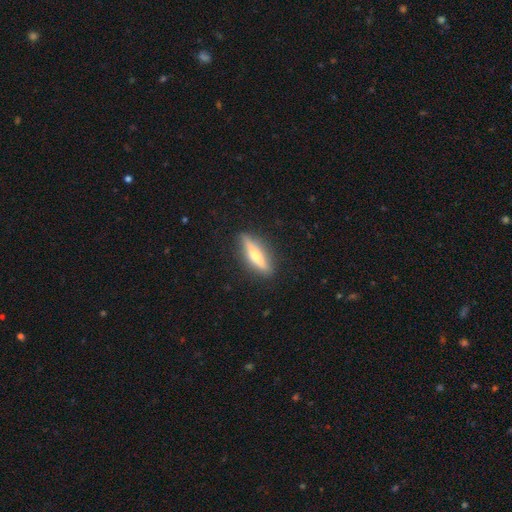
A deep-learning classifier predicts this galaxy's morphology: Smooth or featured? featured or disk (50%)
Merging? none (86%)